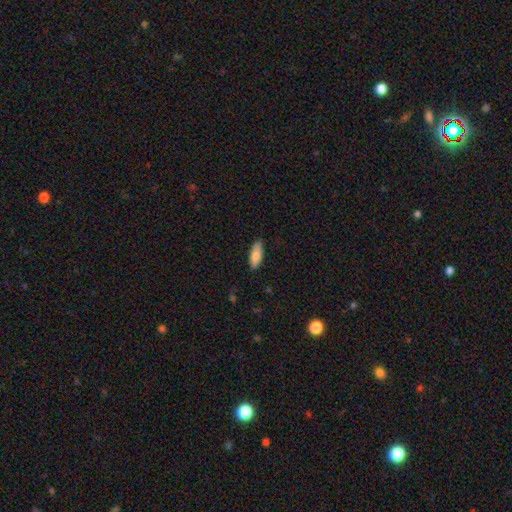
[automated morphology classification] Smooth or featured?
  - smooth: 81% *
  - featured or disk: 13%
  - star or artifact: 6%
How rounded?
  - in between: 73% *
  - cigar-shaped: 25%
  - round: 2%
Merging?
  - none: 88% *
  - minor disturbance: 10%
  - major disturbance: 2%
  - merger: 1%